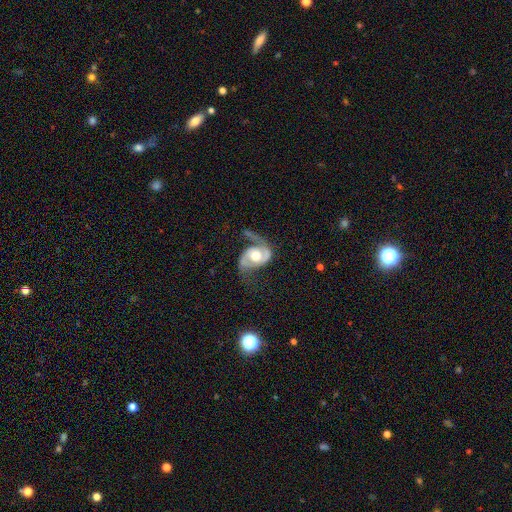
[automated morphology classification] Smooth or featured?
  - featured or disk: 85% *
  - smooth: 10%
  - star or artifact: 5%
Edge-on disk?
  - no: 97% *
  - yes: 3%
Bar?
  - no: 67% *
  - weak: 25%
  - strong: 8%
Spiral arms?
  - yes: 93% *
  - no: 7%
Spiral winding?
  - medium: 43% *
  - loose: 38%
  - tight: 19%
Spiral arm count?
  - 2: 84% *
  - 1: 10%
  - can't tell: 3%
  - 3: 1%
  - 4: 1%
  - more than 4: 1%
Bulge size?
  - moderate: 65% *
  - large: 26%
  - small: 6%
  - dominant: 2%
  - none: 1%
Merging?
  - none: 44% *
  - major disturbance: 30%
  - minor disturbance: 23%
  - merger: 3%